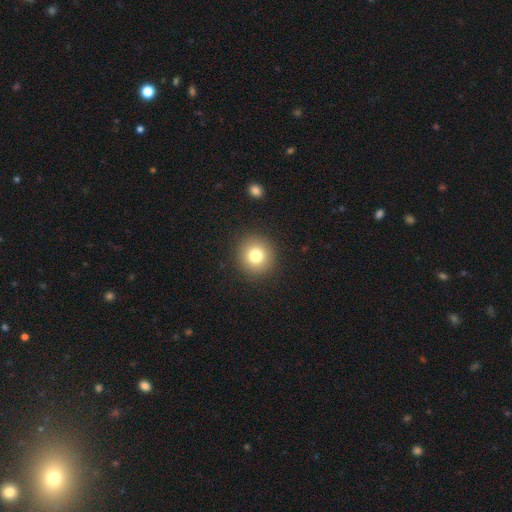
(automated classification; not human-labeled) smooth_or_featured: smooth (p=0.78) [alt: star or artifact p=0.12]
how_rounded: round (p=0.93) [alt: in between p=0.06]
merging: none (p=0.91) [alt: minor disturbance p=0.05]